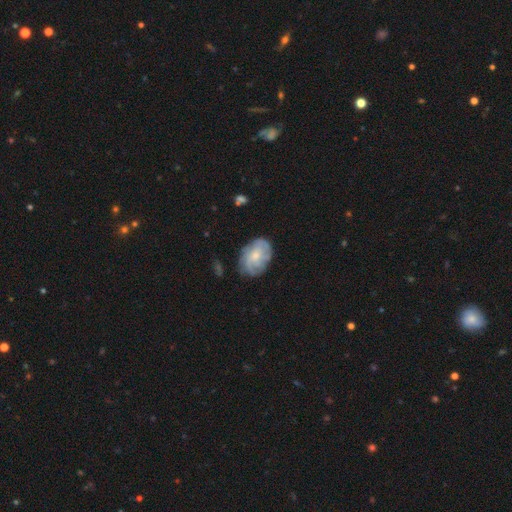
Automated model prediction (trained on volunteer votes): This is likely a featured or disk galaxy (63%). It is clearly not viewed edge-on (97%). Bar: likely no (77%). Spiral arm pattern: clearly yes (81%). Central bulge: possibly small (55%). Merging: likely none (68%).